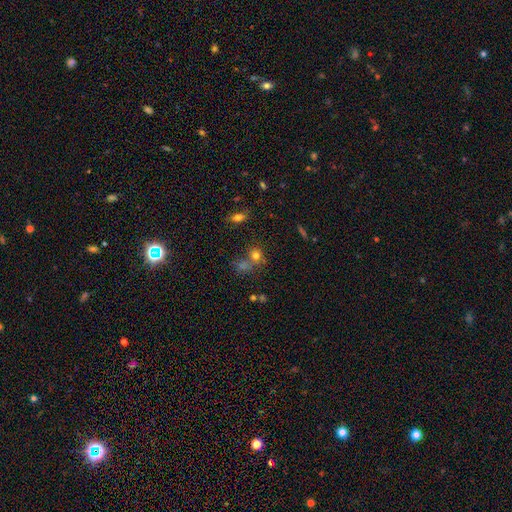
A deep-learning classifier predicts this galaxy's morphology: This appears to be a smooth galaxy with no disk features (69%) that is round (81%). Merging: none (53%).